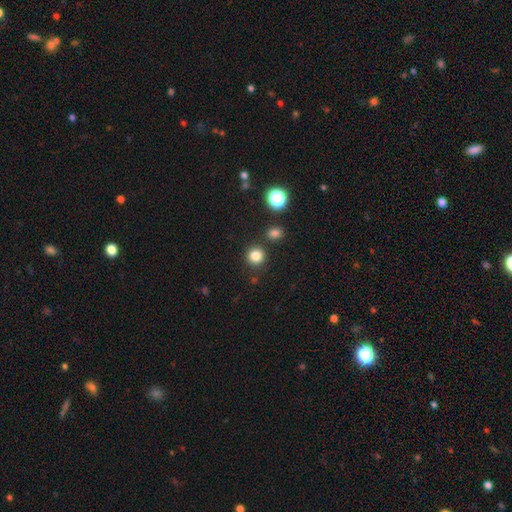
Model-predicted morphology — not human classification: A smooth galaxy with no disk features (82%) that is round (92%).

Vote fractions:
- Smooth or featured? smooth: 82% / star or artifact: 13% / featured or disk: 5%
- How rounded? round: 92% / in between: 7% / cigar-shaped: 1%
- Merging? none: 85% / minor disturbance: 7% / merger: 6% / major disturbance: 3%